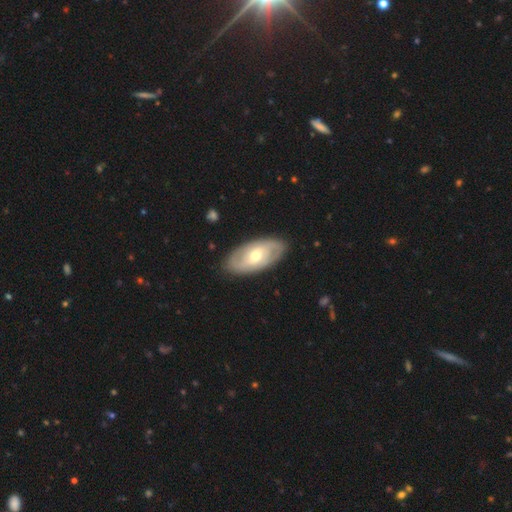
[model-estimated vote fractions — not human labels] This is likely a featured or disk galaxy (67%). It is clearly not viewed edge-on (92%). Bar: possibly no (46%). Spiral arm pattern: likely yes (75%). Central bulge: likely moderate (65%). Merging: clearly none (86%).